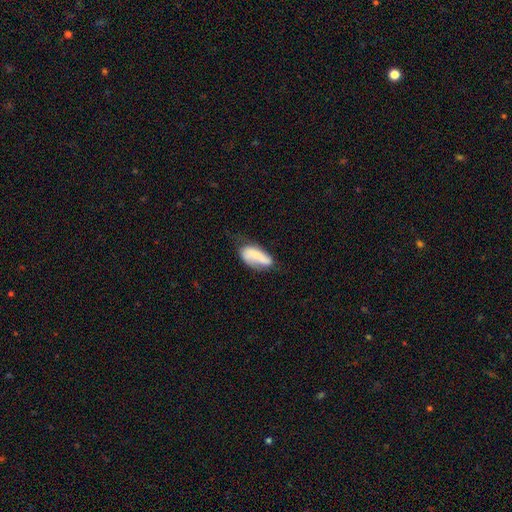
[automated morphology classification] Smooth or featured: smooth — 60% (featured or disk — 33%)
How rounded: in between — 83% (cigar-shaped — 15%)
Merging: none — 44% (minor disturbance — 34%)